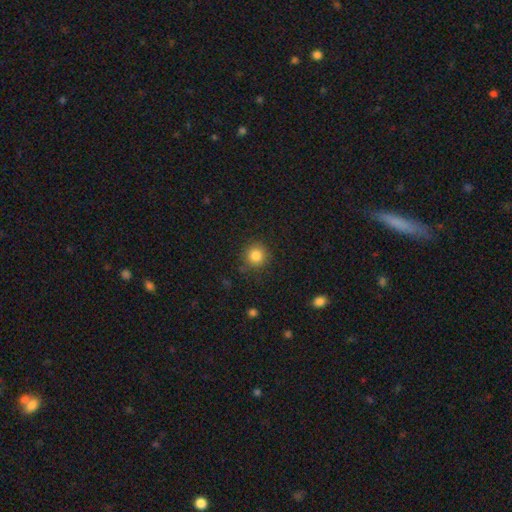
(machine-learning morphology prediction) smooth_or_featured: smooth (p=0.84) [alt: star or artifact p=0.11]
how_rounded: round (p=0.92) [alt: in between p=0.07]
merging: none (p=0.87) [alt: minor disturbance p=0.09]